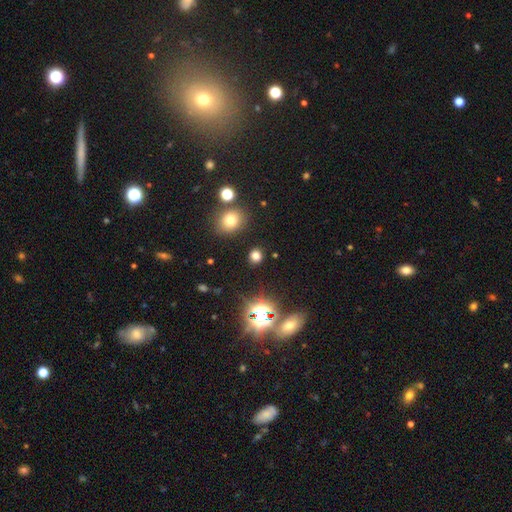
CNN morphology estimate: The model was most divided on "smooth or featured": smooth: 67%, star or artifact: 27%, featured or disk: 6%. More confident: merging — none (85%); how rounded — round (71%).